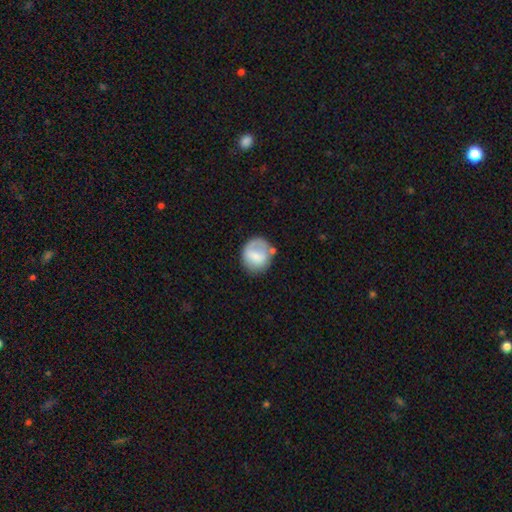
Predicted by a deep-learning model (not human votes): This is likely a smooth galaxy (68%). How rounded: likely round (80%). Merging: possibly none (59%).